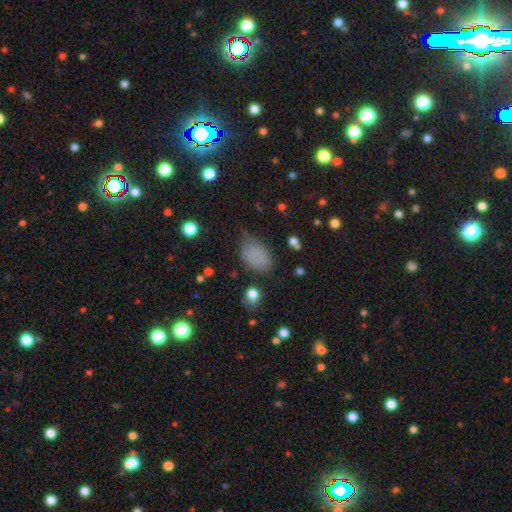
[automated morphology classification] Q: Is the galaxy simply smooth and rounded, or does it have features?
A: smooth — 78%.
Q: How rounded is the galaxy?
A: in between — 87%.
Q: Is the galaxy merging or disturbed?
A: none — 60%.